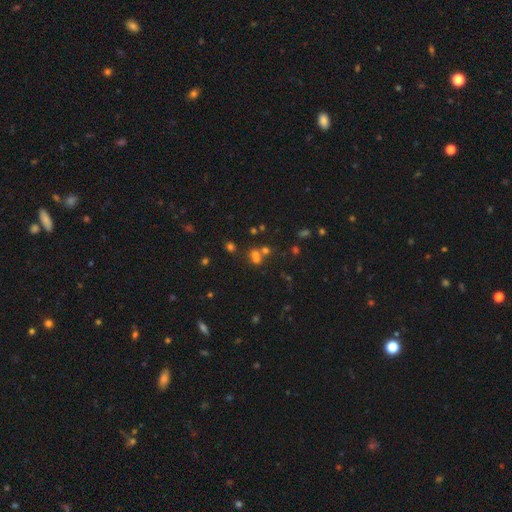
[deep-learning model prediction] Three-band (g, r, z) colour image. It shows a smooth galaxy with no disk features (53%) that is round (68%). Merging: merger (47%).